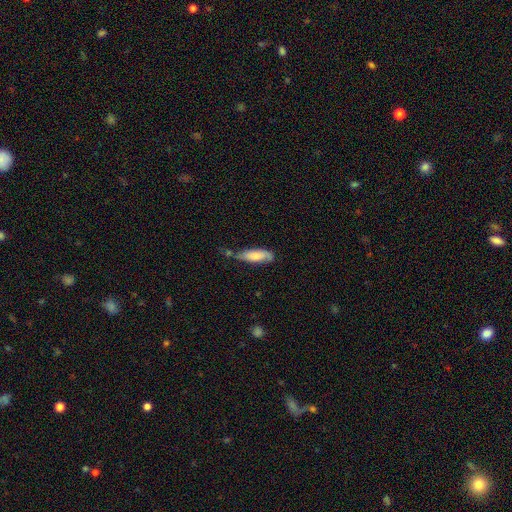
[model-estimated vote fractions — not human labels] Smooth or featured? Predicted: smooth (p=0.71). How rounded? Predicted: in between (p=0.55). Merging? Predicted: none (p=0.48).